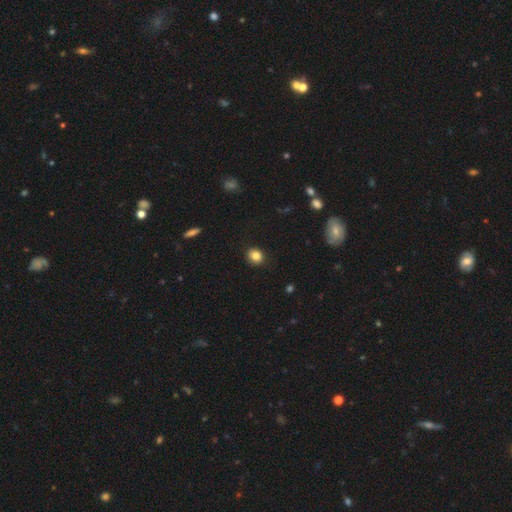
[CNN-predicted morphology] Smooth or featured?
  - smooth: 84% *
  - star or artifact: 10%
  - featured or disk: 6%
How rounded?
  - round: 70% *
  - in between: 29%
  - cigar-shaped: 1%
Merging?
  - none: 88% *
  - minor disturbance: 9%
  - major disturbance: 2%
  - merger: 1%